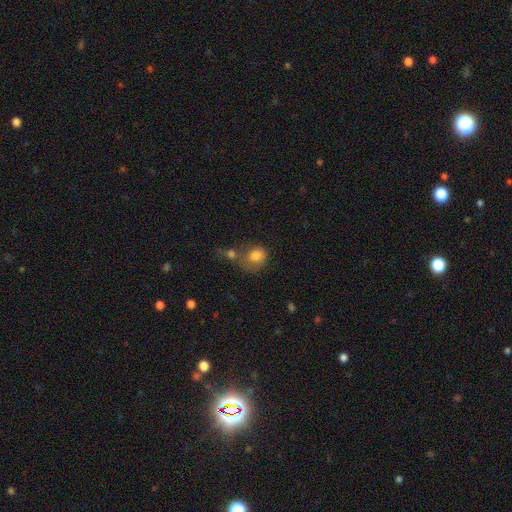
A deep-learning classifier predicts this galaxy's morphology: type=smooth (77%); roundness=round (66%); merging=merger (49%).